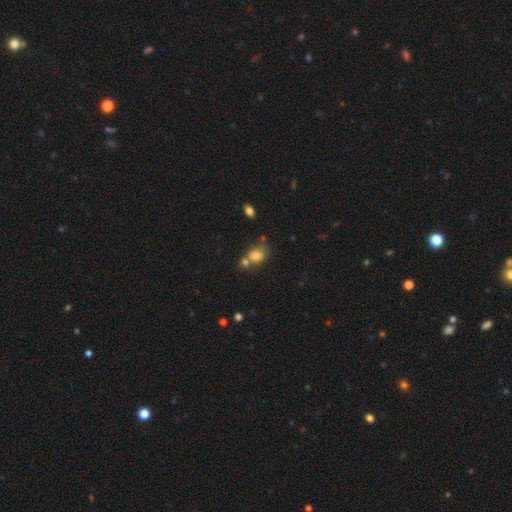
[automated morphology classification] smooth 75%, featured or disk 13%, star or artifact 12%. Down the decision tree: how rounded — round (52%); merging — none (41%).